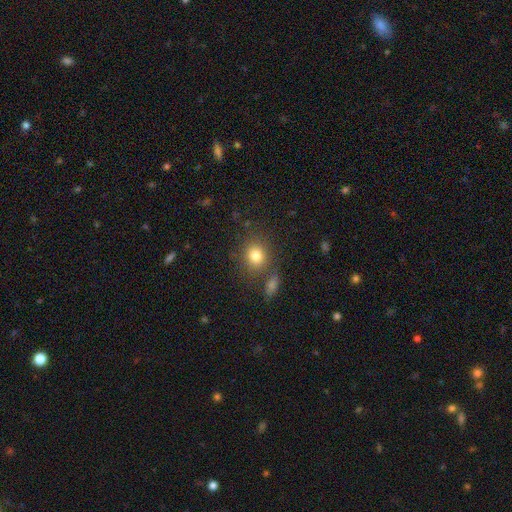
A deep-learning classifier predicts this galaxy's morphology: This is likely a smooth galaxy (79%). How rounded: likely round (72%). Merging: likely none (75%).